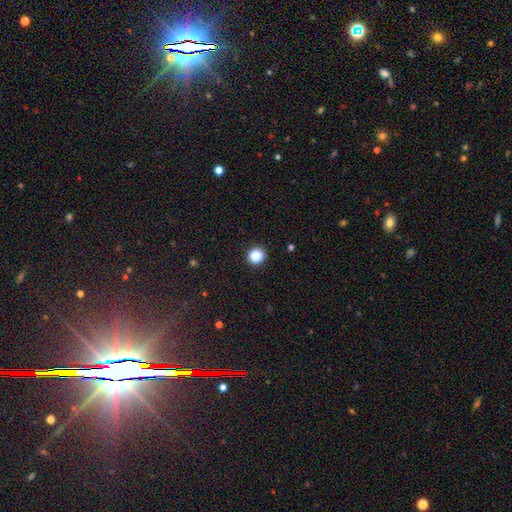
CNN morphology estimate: Smooth or featured? Predicted: smooth (p=0.88). How rounded? Predicted: round (p=0.87). Merging? Predicted: none (p=0.91).